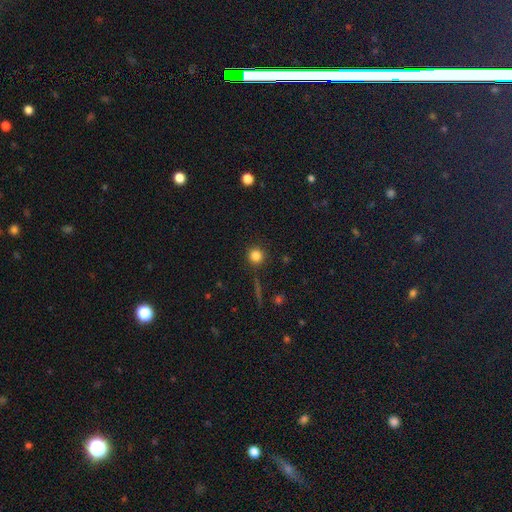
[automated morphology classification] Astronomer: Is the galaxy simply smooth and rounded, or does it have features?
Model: smooth — 82%.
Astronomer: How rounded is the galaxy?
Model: round — 93%.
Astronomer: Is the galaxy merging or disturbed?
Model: none — 89%.